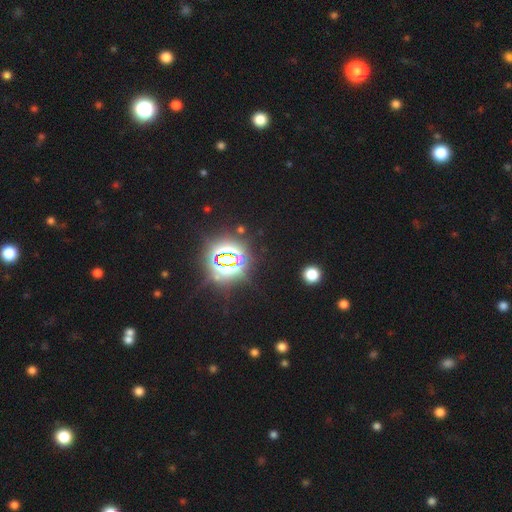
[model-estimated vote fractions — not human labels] Smooth or featured? star or artifact (82%)